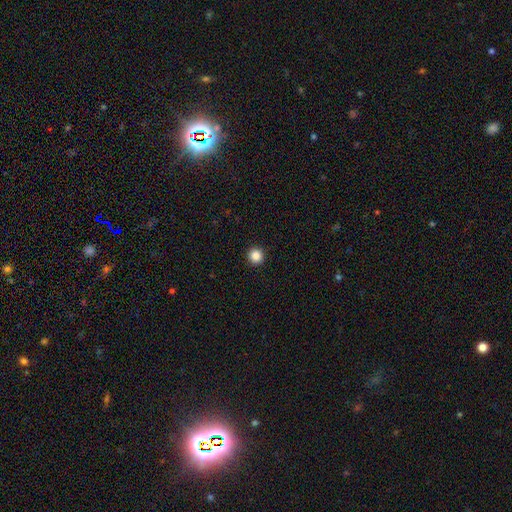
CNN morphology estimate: Q: Smooth or featured?
A: smooth (87%); runner-up: star or artifact (10%)
Q: How rounded?
A: round (95%); runner-up: in between (4%)
Q: Merging?
A: none (94%); runner-up: minor disturbance (4%)